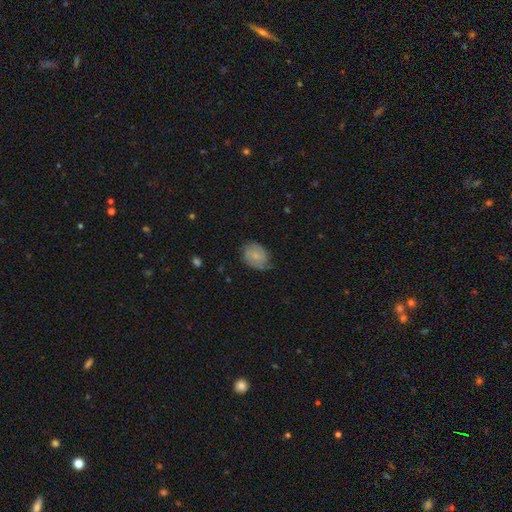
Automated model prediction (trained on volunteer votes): The model was most divided on "how rounded": in between: 59%, round: 40%, cigar-shaped: 1%. More confident: smooth or featured — smooth (63%); merging — none (60%).